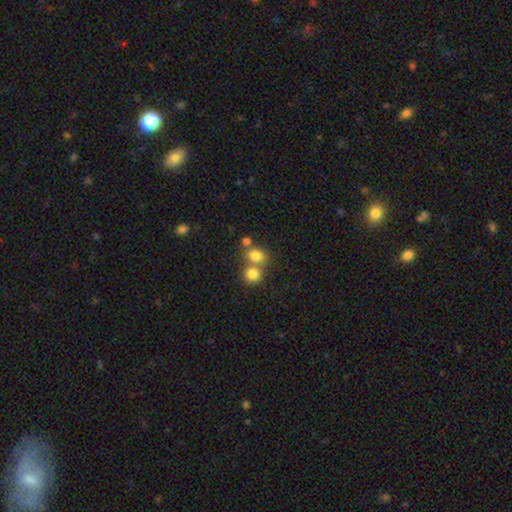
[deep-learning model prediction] Morphology: type=smooth (79%); roundness=round (63%); merging=none (47%).